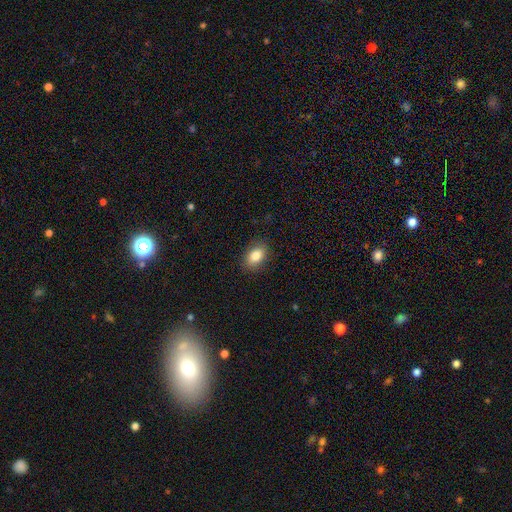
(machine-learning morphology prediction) Smooth or featured? smooth (84%)
How rounded? in between (85%)
Merging? none (87%)